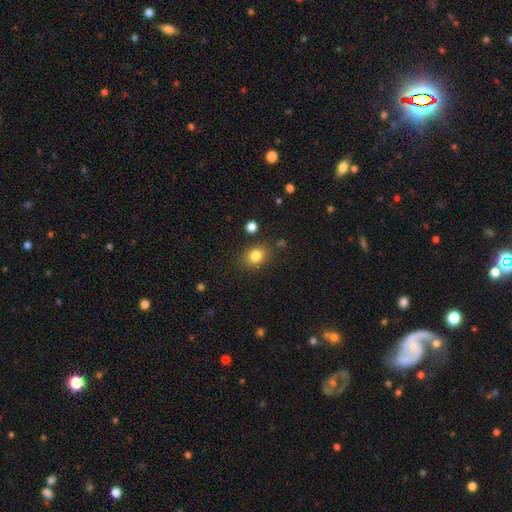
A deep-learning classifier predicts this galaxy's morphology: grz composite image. It shows a smooth galaxy with no disk features (83%) that is round (50%). Merging: none (82%).